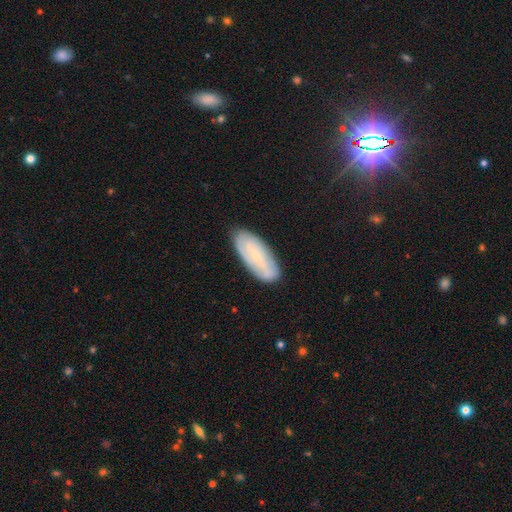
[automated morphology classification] Smooth or featured: featured or disk — 50% (smooth — 42%)
Edge-on disk: no — 87% (yes — 13%)
Merging: none — 82% (minor disturbance — 14%)